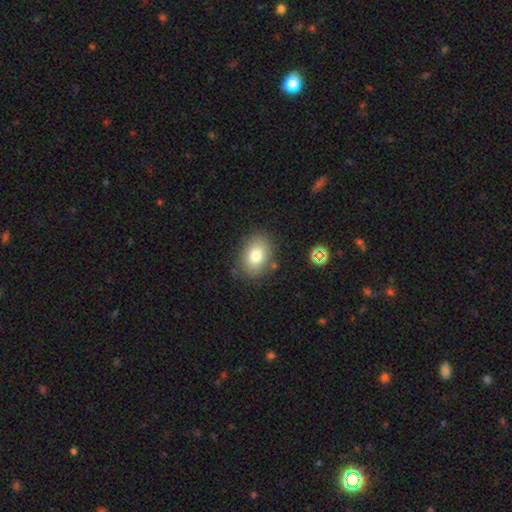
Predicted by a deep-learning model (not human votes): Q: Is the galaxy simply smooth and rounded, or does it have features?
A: smooth — 77%.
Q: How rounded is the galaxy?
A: in between — 70%.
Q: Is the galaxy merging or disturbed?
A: none — 80%.